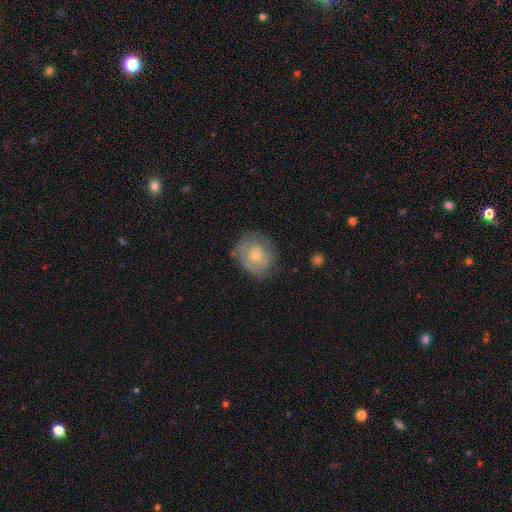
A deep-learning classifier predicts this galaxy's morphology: A smooth galaxy with no disk features (47%).

Vote fractions:
- Smooth or featured? smooth: 47% / featured or disk: 46% / star or artifact: 7%
- Merging? none: 63% / minor disturbance: 24% / major disturbance: 11% / merger: 2%